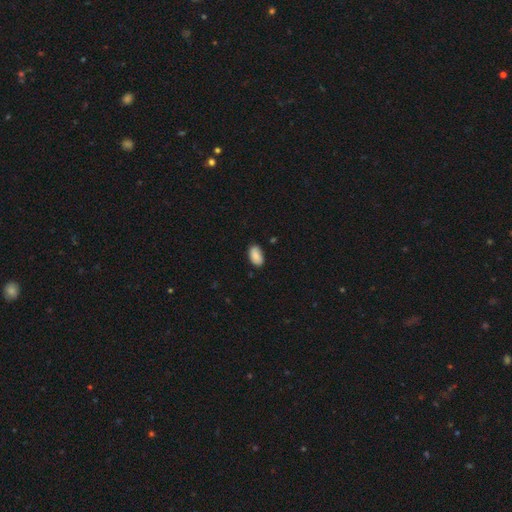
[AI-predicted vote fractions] Morphology: type=smooth (89%); roundness=in between (94%); merging=none (84%).